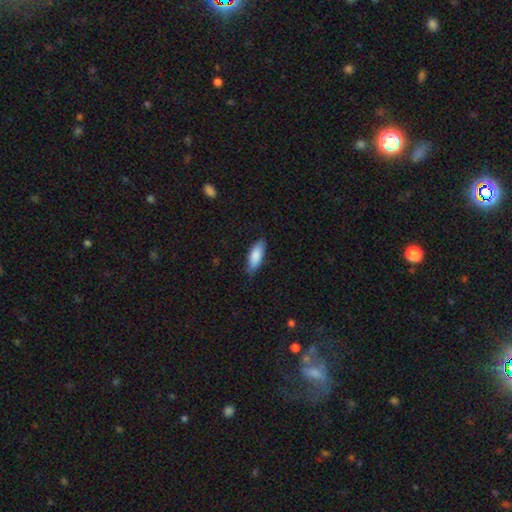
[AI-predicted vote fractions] Smooth or featured: smooth — 85% (featured or disk — 9%)
How rounded: in between — 72% (cigar-shaped — 27%)
Merging: none — 78% (minor disturbance — 17%)